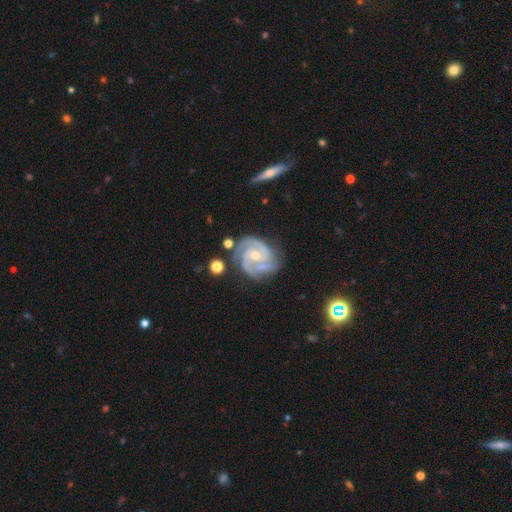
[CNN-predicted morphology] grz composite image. It shows a featured or disk galaxy (92%) with no bar (54%), 3 (48%) tight (57%) spiral arms (98%) and a small central bulge (54%). Merging: none (68%).